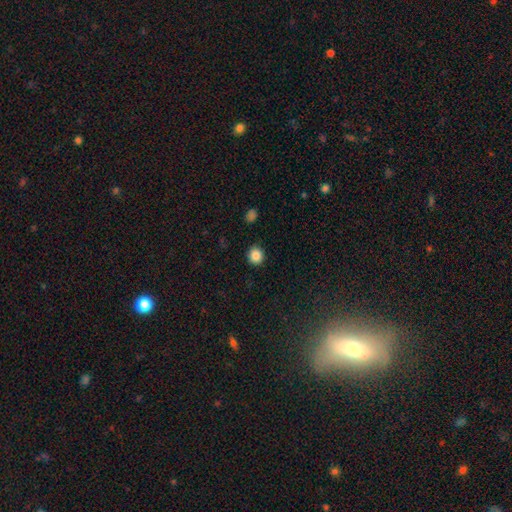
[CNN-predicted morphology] Smooth or featured? Predicted: smooth (p=0.86). How rounded? Predicted: round (p=0.87). Merging? Predicted: none (p=0.91).